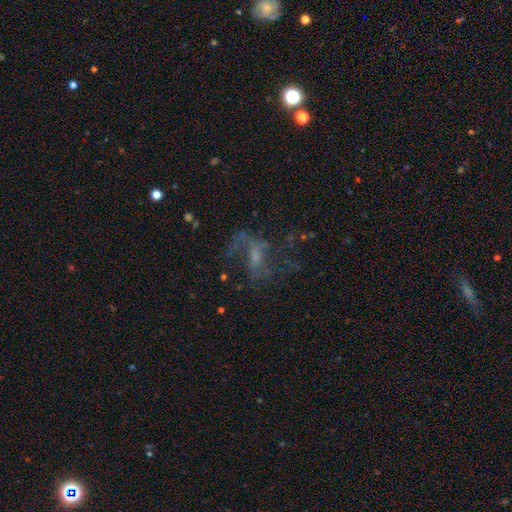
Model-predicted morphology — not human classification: The model was most divided on "spiral arms": yes: 51%, no: 49%. Remaining: edge-on disk — no (94%); smooth or featured — featured or disk (59%); bar — no (48%); merging — none (42%); bulge size — small (42%).